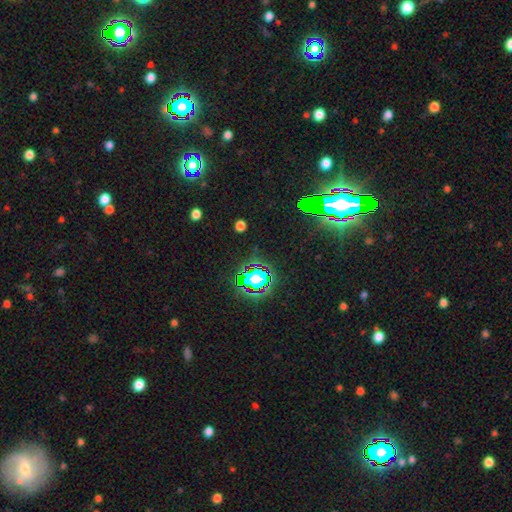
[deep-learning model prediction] The model was most divided on "smooth or featured": star or artifact: 80%, smooth: 11%, featured or disk: 9%.